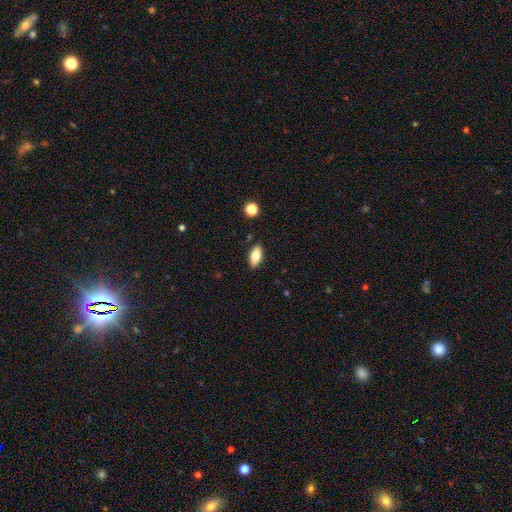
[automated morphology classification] A smooth galaxy with no disk features (75%) that is in between round and cigar-shaped (89%). Merging: none (87%).